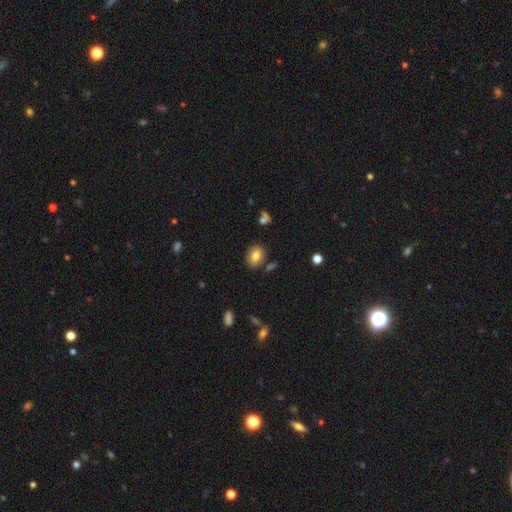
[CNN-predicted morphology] smooth_or_featured: smooth (p=0.79) [alt: featured or disk p=0.11]
how_rounded: in between (p=0.66) [alt: round p=0.33]
merging: none (p=0.82) [alt: minor disturbance p=0.11]